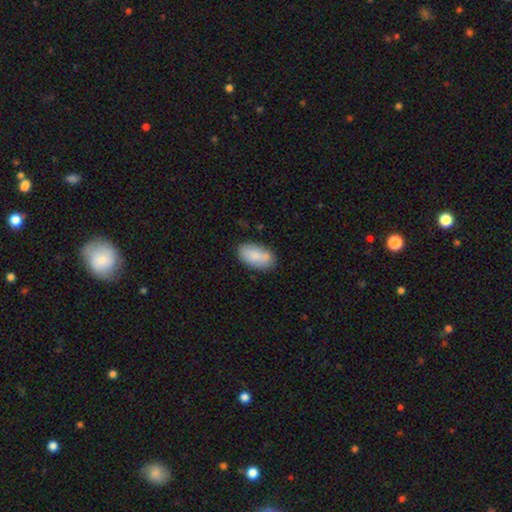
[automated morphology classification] smooth 84%, featured or disk 10%, star or artifact 7%. Down the decision tree: how rounded — in between (94%); merging — none (72%).